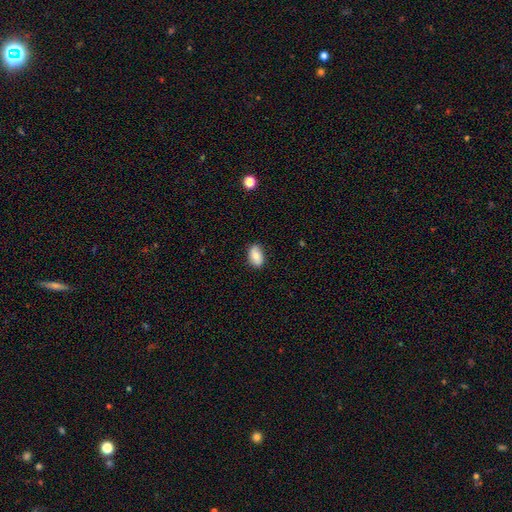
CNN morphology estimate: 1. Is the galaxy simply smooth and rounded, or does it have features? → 74% smooth, 18% featured or disk, 7% star or artifact.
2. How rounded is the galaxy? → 90% in between, 9% round, 2% cigar-shaped.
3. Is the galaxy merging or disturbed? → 82% none, 14% minor disturbance, 2% major disturbance, 1% merger.